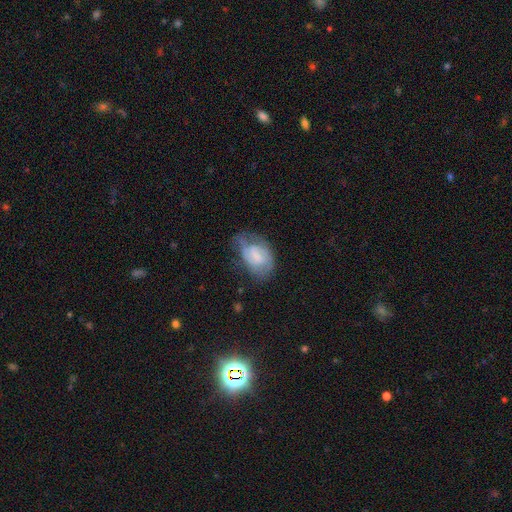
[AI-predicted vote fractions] smooth-or-featured: featured or disk: 50% | smooth: 42% | star or artifact: 8%
  disk-edge-on: no: 96% | yes: 4%
  merging: none: 38% | minor disturbance: 34% | major disturbance: 25% | merger: 3%